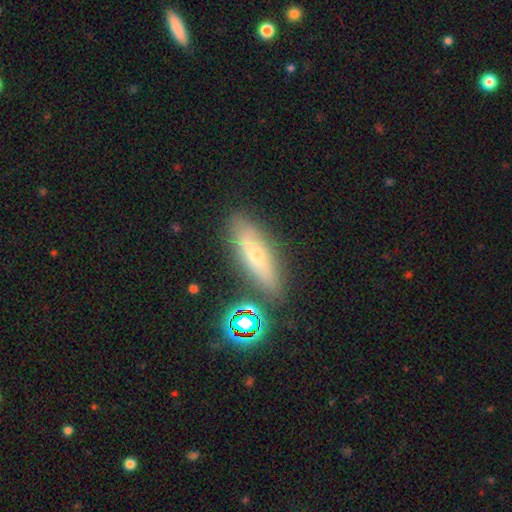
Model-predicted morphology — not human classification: Smooth or featured: smooth — 50% (featured or disk — 37%)
Merging: none — 77% (minor disturbance — 14%)